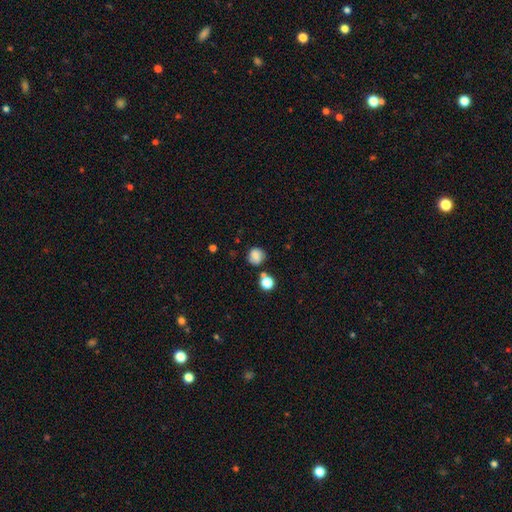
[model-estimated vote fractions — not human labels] Q: Smooth or featured?
A: smooth (78%); runner-up: star or artifact (12%)
Q: How rounded?
A: round (84%); runner-up: in between (15%)
Q: Merging?
A: none (68%); runner-up: minor disturbance (17%)